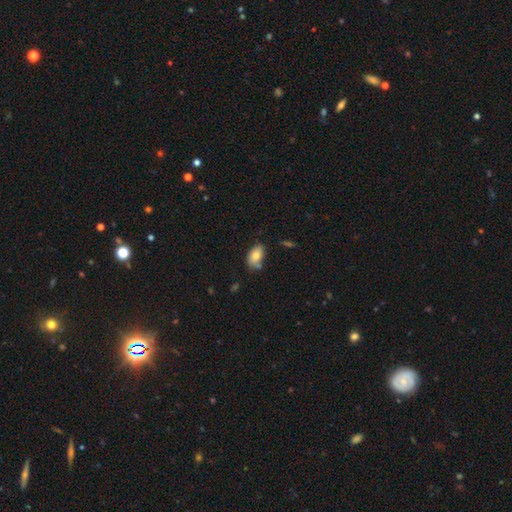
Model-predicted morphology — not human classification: Q: Smooth or featured?
A: smooth (78%); runner-up: featured or disk (14%)
Q: How rounded?
A: in between (92%); runner-up: round (6%)
Q: Merging?
A: none (63%); runner-up: minor disturbance (24%)